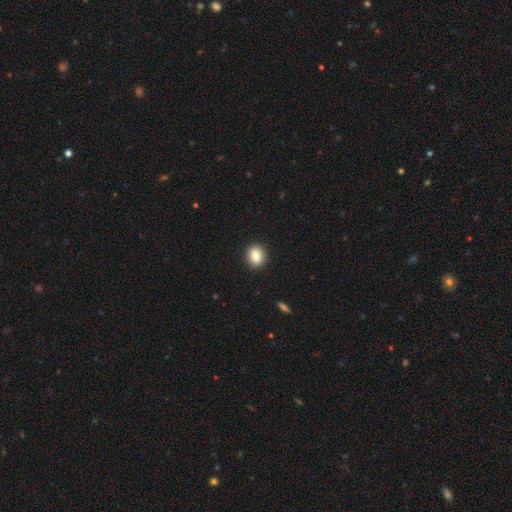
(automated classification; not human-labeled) smooth-or-featured: smooth: 86% | star or artifact: 9% | featured or disk: 6%
  how-rounded: round: 58% | in between: 40% | cigar-shaped: 1%
  merging: none: 91% | minor disturbance: 6% | major disturbance: 2% | merger: 1%